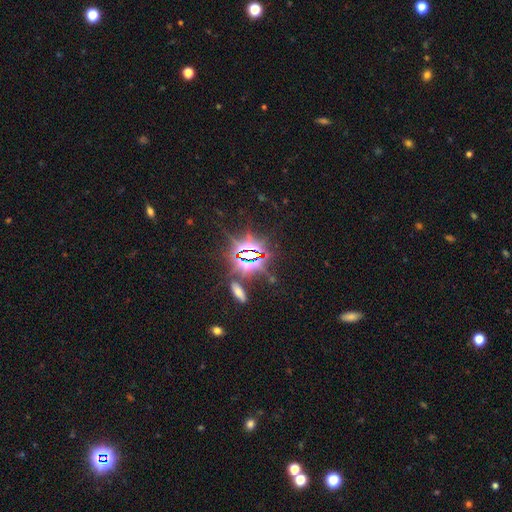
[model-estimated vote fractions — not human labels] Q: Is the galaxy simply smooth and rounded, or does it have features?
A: star or artifact — 80%.